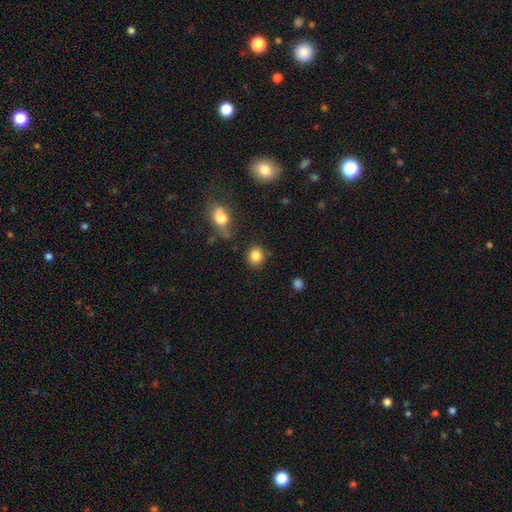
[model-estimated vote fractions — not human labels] Smooth or featured? Predicted: smooth (p=0.85). How rounded? Predicted: round (p=0.78). Merging? Predicted: none (p=0.83).